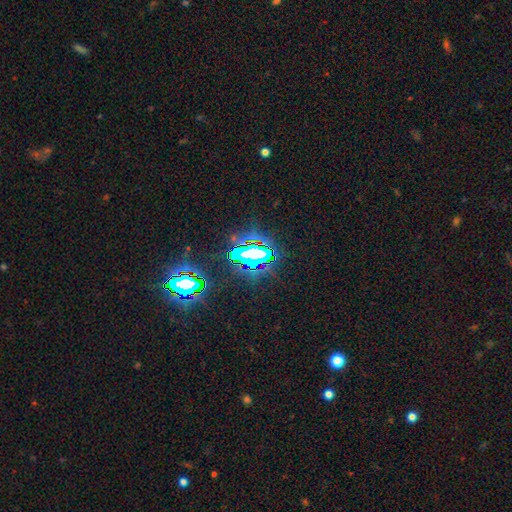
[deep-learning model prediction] smooth-or-featured: star or artifact: 68% | smooth: 18% | featured or disk: 14%